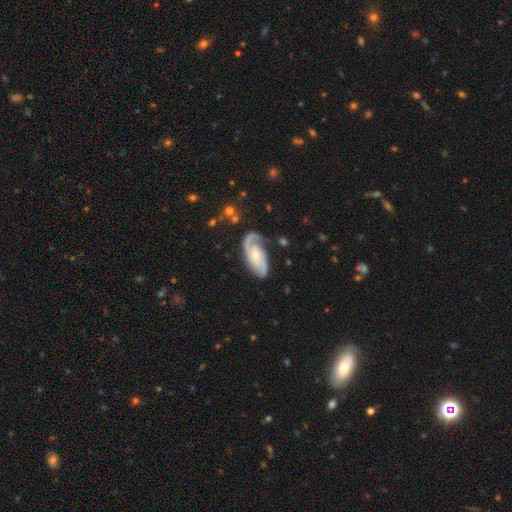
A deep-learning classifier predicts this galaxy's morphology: Smooth or featured? Predicted: featured or disk (p=0.89). Edge-on disk? Predicted: no (p=0.97). Bar? Predicted: no (p=0.51). Spiral arms? Predicted: yes (p=0.98). Spiral winding? Predicted: tight (p=0.46). Spiral arm count? Predicted: 2 (p=0.87). Bulge size? Predicted: small (p=0.54). Merging? Predicted: none (p=0.75).